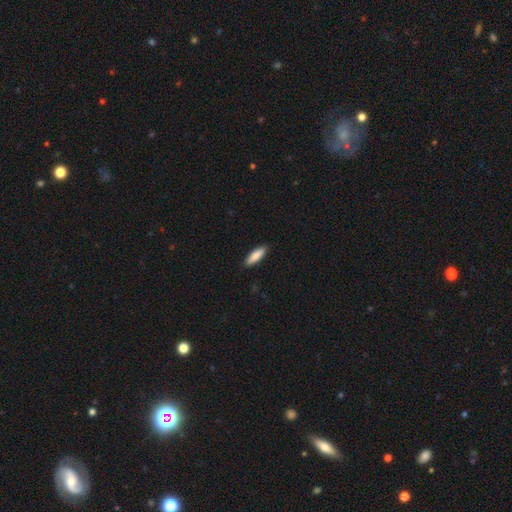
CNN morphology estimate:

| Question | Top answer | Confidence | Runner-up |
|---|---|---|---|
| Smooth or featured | smooth | 85% | featured or disk (10%) |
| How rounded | cigar-shaped | 53% | in between (45%) |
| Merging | none | 89% | minor disturbance (8%) |